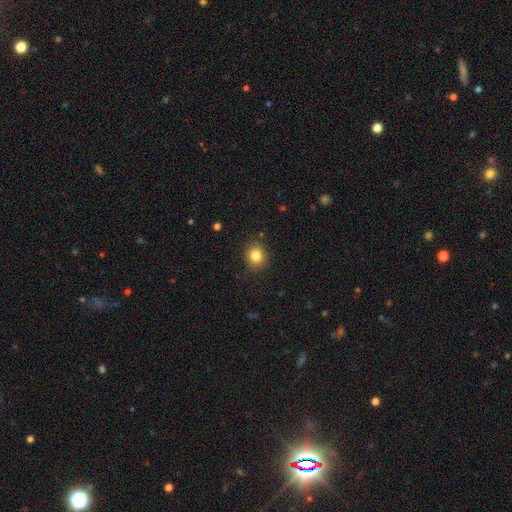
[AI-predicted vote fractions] Morphology: type=smooth (84%); roundness=round (79%); merging=none (88%).